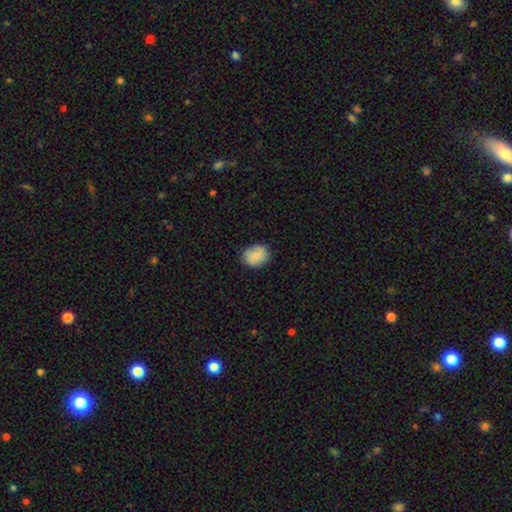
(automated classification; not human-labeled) Q: Smooth or featured?
A: smooth (84%); runner-up: featured or disk (9%)
Q: How rounded?
A: in between (51%); runner-up: round (48%)
Q: Merging?
A: none (81%); runner-up: minor disturbance (15%)